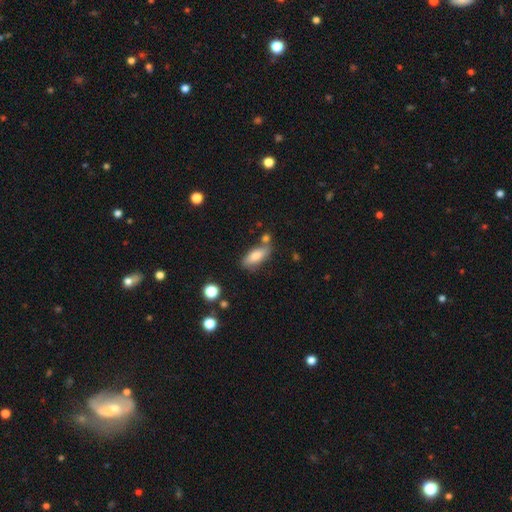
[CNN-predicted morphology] Overall: smooth (76%). How rounded: in between (78%). Merging: none (68%).